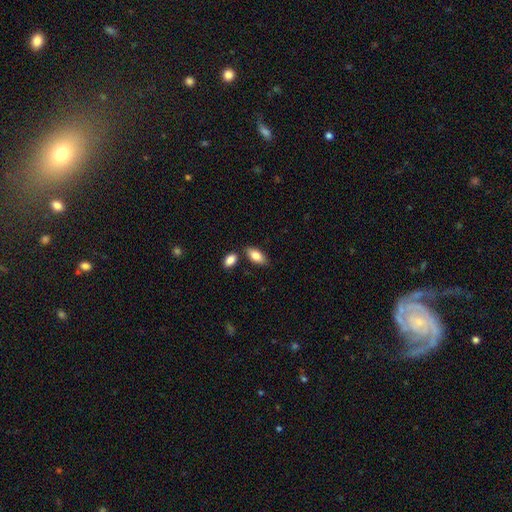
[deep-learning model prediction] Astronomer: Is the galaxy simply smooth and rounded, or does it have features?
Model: smooth — 82%.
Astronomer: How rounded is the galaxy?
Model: in between — 89%.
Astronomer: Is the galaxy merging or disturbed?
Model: none — 77%.